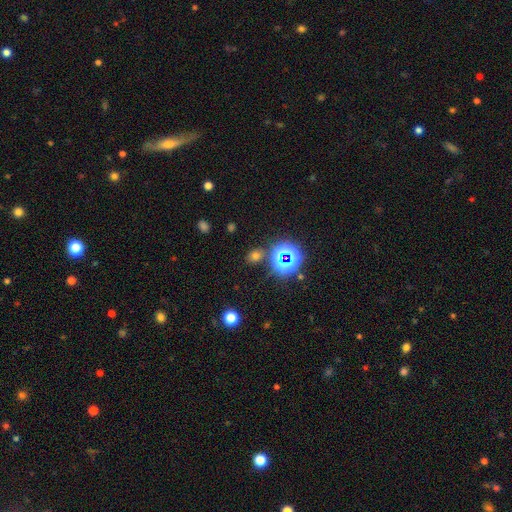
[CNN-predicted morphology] A smooth galaxy with no disk features (58%) that is round (54%).

Vote fractions:
- Smooth or featured? smooth: 58% / star or artifact: 35% / featured or disk: 7%
- How rounded? round: 54% / in between: 45% / cigar-shaped: 1%
- Merging? none: 80% / minor disturbance: 10% / merger: 6% / major disturbance: 4%